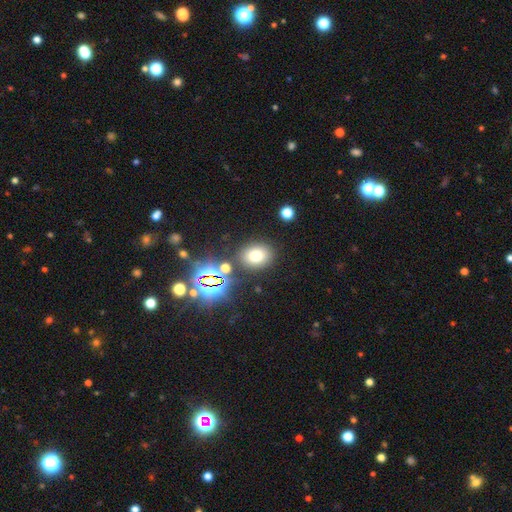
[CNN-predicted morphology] The model was most divided on "how rounded": in between: 52%, round: 47%, cigar-shaped: 1%. More confident: merging — none (82%); smooth or featured — smooth (70%).